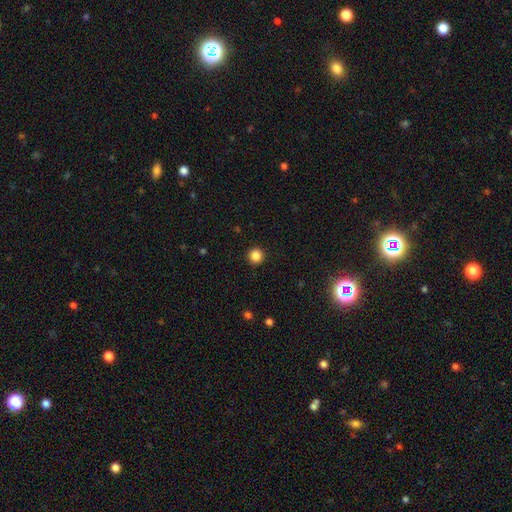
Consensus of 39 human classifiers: This appears to be a smooth galaxy with no disk features (95%) that is round (92%). Merging: none (95%).